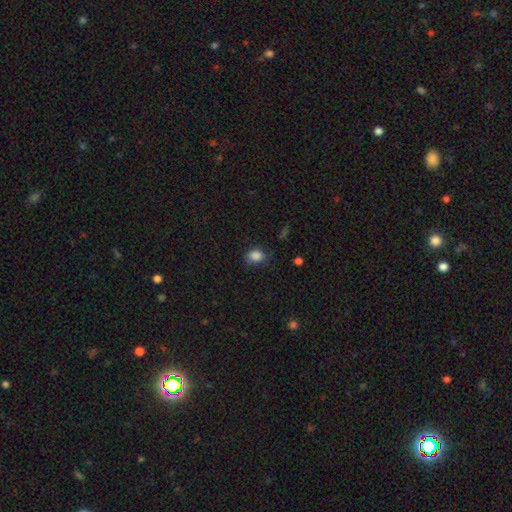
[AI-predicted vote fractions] The model was most divided on "how rounded": in between: 63%, round: 36%, cigar-shaped: 1%. More confident: smooth or featured — smooth (86%); merging — none (73%).